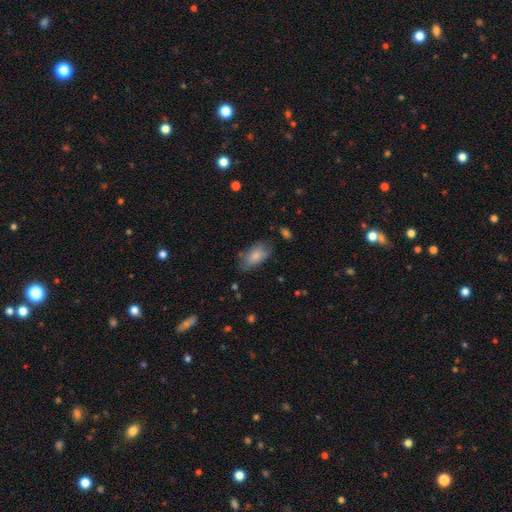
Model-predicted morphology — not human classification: Q: Smooth or featured?
A: smooth (79%); runner-up: featured or disk (14%)
Q: How rounded?
A: in between (91%); runner-up: cigar-shaped (5%)
Q: Merging?
A: none (64%); runner-up: minor disturbance (26%)